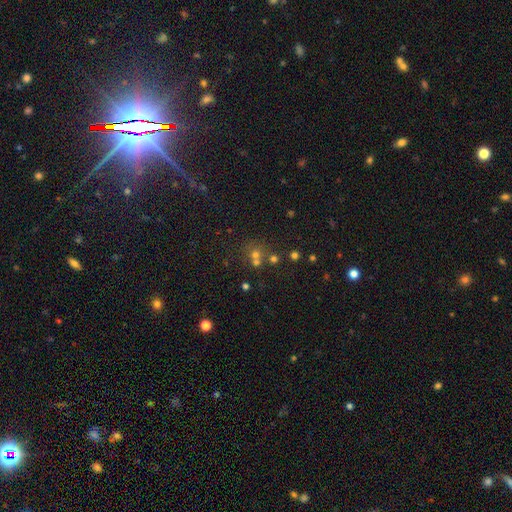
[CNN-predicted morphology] smooth 50%, star or artifact 37%, featured or disk 13%. Down the decision tree: how rounded — round (86%); merging — none (56%).